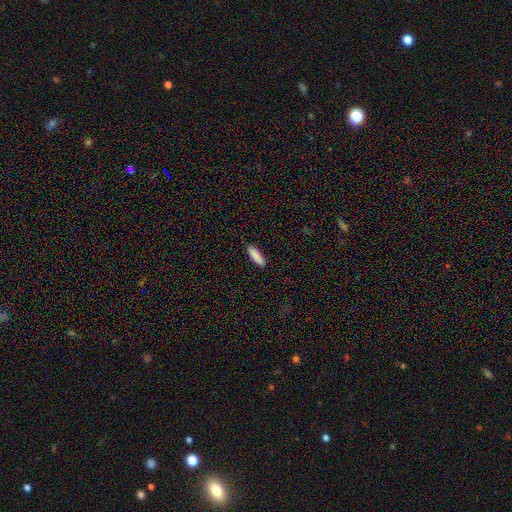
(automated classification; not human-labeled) This appears to be a smooth galaxy with no disk features (88%) that is cigar-shaped (59%). Merging: none (88%).